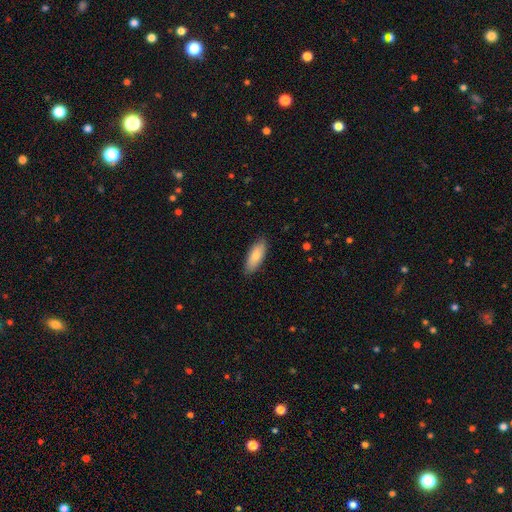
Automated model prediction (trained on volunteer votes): Smooth or featured? Predicted: smooth (p=0.82). How rounded? Predicted: in between (p=0.73). Merging? Predicted: none (p=0.86).